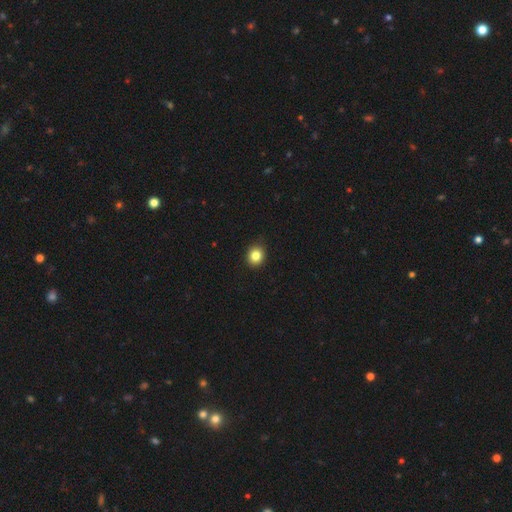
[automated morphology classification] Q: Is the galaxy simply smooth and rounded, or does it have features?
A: smooth — 84%.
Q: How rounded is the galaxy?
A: round — 76%.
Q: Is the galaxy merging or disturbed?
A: none — 88%.